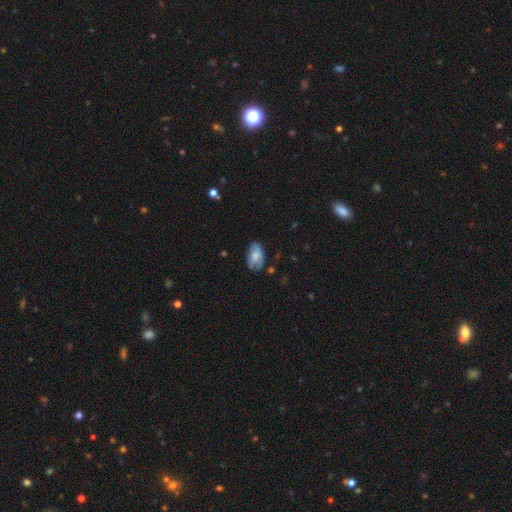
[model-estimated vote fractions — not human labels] Smooth or featured? smooth (62%)
How rounded? in between (92%)
Merging? none (56%)